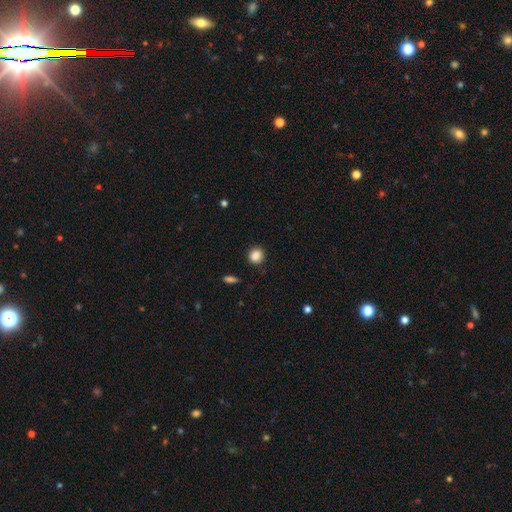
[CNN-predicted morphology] The model was most divided on "how rounded": round: 77%, in between: 22%, cigar-shaped: 1%. More confident: smooth or featured — smooth (87%); merging — none (87%).